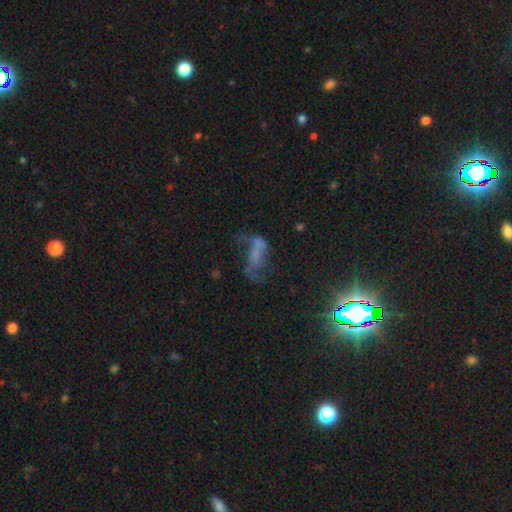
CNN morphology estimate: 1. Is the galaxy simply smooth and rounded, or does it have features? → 42% featured or disk, 29% smooth, 28% star or artifact.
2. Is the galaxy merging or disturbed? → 37% major disturbance, 29% none, 18% merger, 15% minor disturbance.